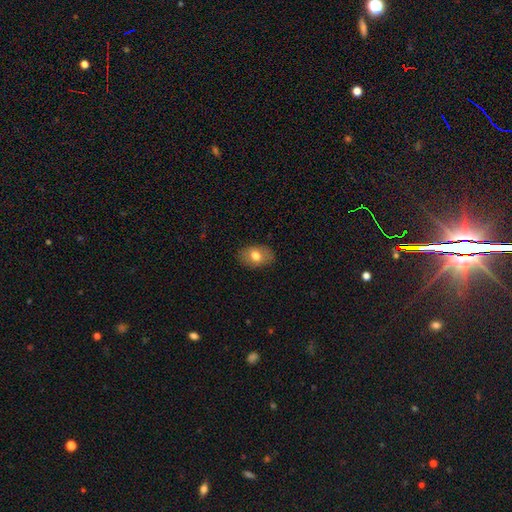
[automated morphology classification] smooth-or-featured: smooth: 74% | featured or disk: 18% | star or artifact: 8%
  how-rounded: in between: 81% | round: 17% | cigar-shaped: 1%
  merging: none: 84% | minor disturbance: 13% | major disturbance: 3% | merger: 1%